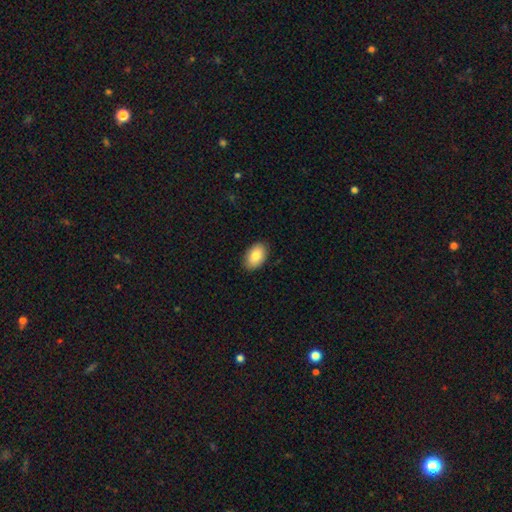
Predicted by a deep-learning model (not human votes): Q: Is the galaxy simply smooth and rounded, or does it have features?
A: smooth — 84%.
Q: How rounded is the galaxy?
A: in between — 91%.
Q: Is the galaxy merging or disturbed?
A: none — 89%.